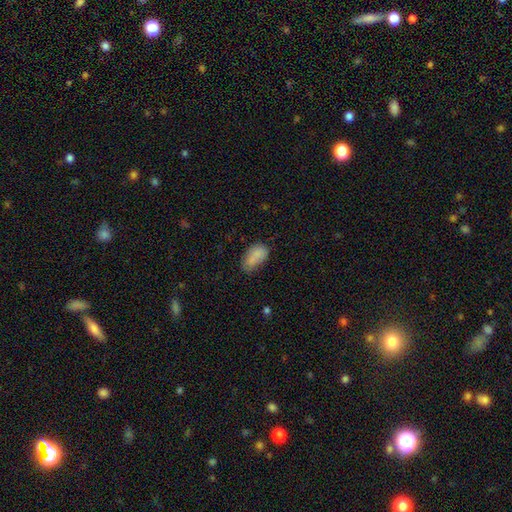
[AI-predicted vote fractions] This is clearly a smooth galaxy (83%). How rounded: clearly in between (93%). Merging: possibly none (52%).